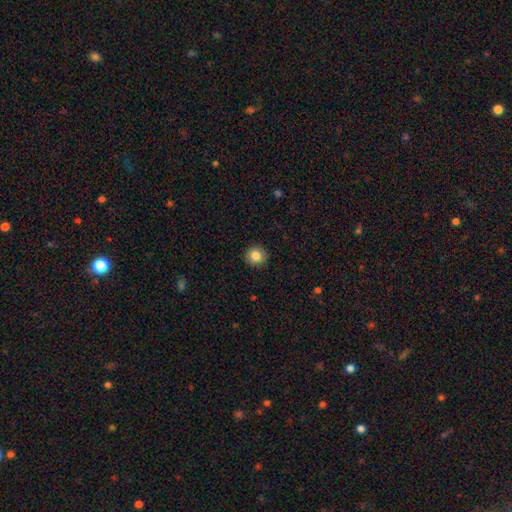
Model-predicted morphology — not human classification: This is clearly a smooth galaxy (85%). How rounded: clearly round (91%). Merging: clearly none (92%).